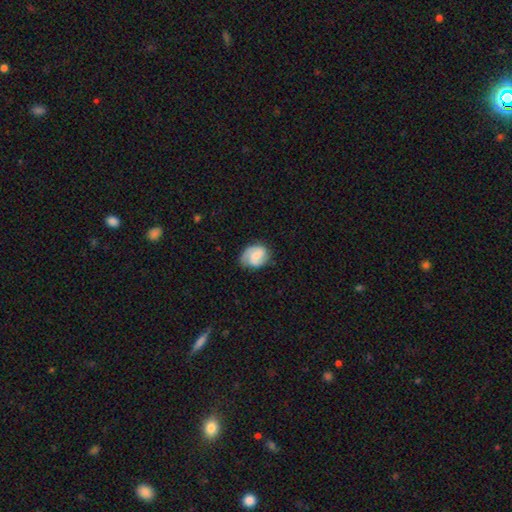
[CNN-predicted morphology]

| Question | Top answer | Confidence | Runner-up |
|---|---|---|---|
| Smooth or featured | featured or disk | 67% | smooth (26%) |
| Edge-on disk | no | 98% | yes (2%) |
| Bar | weak | 47% | no (43%) |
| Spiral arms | yes | 95% | no (5%) |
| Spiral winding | medium | 44% | tight (40%) |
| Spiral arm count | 2 | 78% | can't tell (8%) |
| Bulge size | small | 44% | moderate (33%) |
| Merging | none | 74% | minor disturbance (19%) |